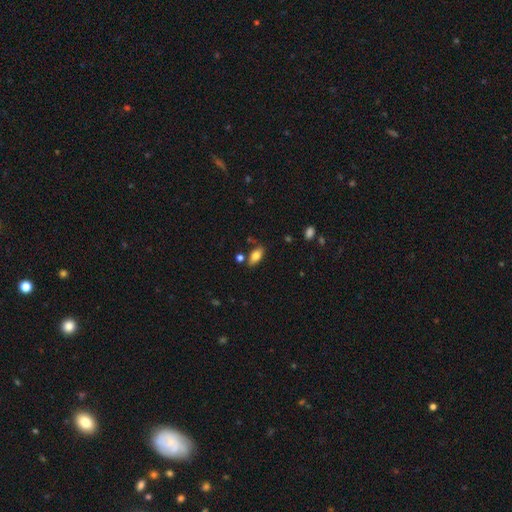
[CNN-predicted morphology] smooth-or-featured: smooth: 79% | featured or disk: 13% | star or artifact: 8%
  how-rounded: in between: 89% | cigar-shaped: 7% | round: 4%
  merging: none: 76% | minor disturbance: 15% | merger: 6% | major disturbance: 3%